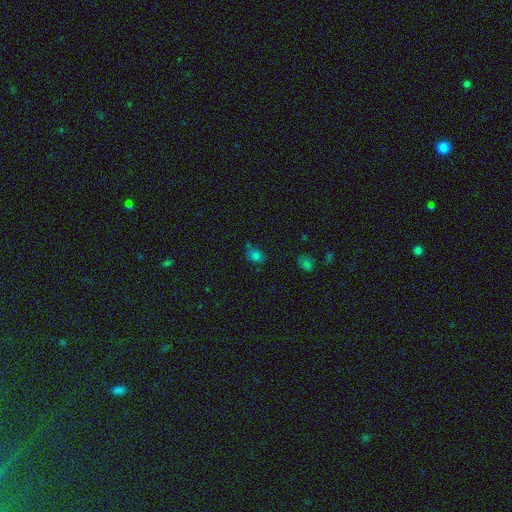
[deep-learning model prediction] Morphology: type=smooth (73%); roundness=in between (57%); merging=none (56%).